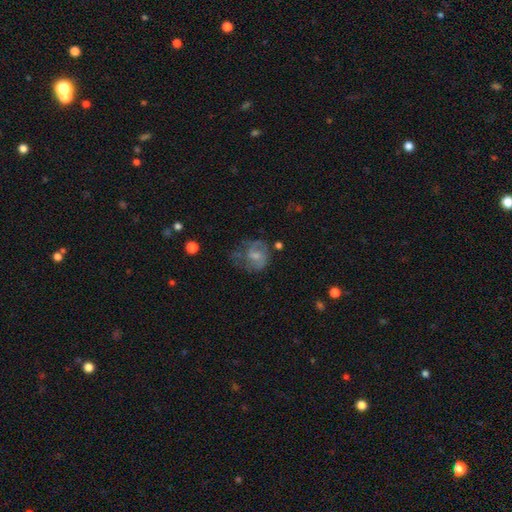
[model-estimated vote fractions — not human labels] A smooth galaxy with no disk features (50%). Merging: none (38%).